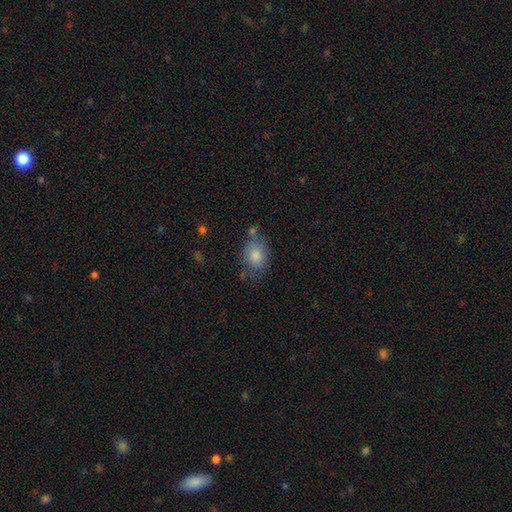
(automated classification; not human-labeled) smooth 77%, featured or disk 13%, star or artifact 10%. Down the decision tree: how rounded — in between (61%); merging — none (60%).